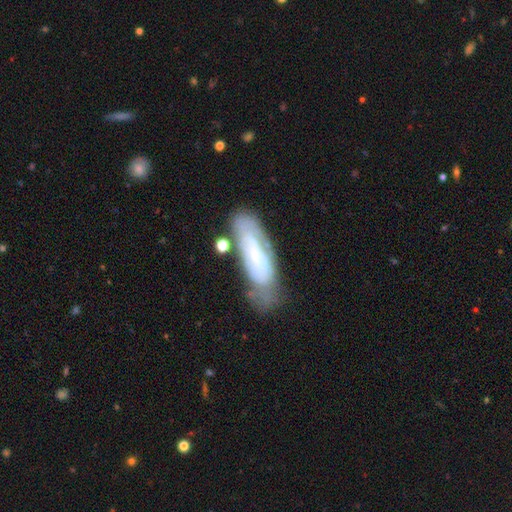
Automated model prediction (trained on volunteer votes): The model was most divided on "bar": no: 46%, weak: 34%, strong: 20%. More confident: edge-on disk — no (80%); spiral arms — yes (68%); bulge size — small (65%); smooth or featured — featured or disk (63%); merging — none (55%).